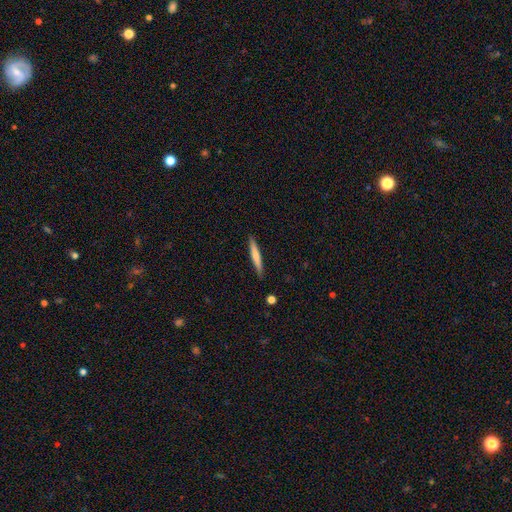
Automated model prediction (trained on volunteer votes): Smooth or featured?
  - smooth: 62% *
  - featured or disk: 33%
  - star or artifact: 6%
How rounded?
  - cigar-shaped: 95% *
  - in between: 4%
  - round: 1%
Merging?
  - none: 90% *
  - minor disturbance: 8%
  - major disturbance: 1%
  - merger: 1%